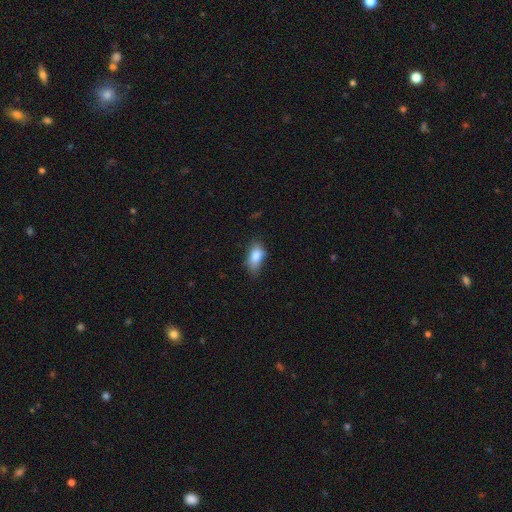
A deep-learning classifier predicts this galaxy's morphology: This appears to be a smooth galaxy with no disk features (81%) that is in between round and cigar-shaped (87%). Merging: none (61%).